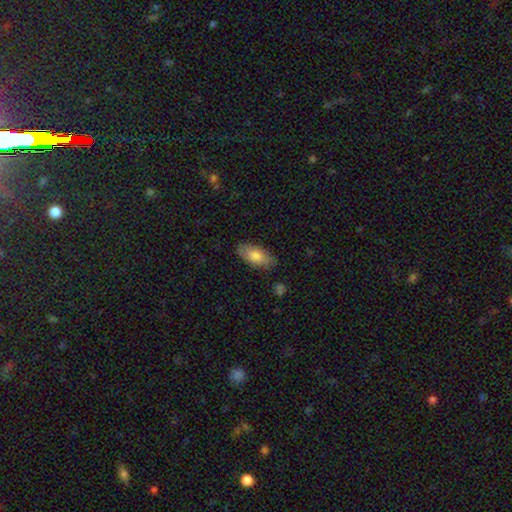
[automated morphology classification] Q: Smooth or featured?
A: smooth (78%); runner-up: featured or disk (16%)
Q: How rounded?
A: in between (91%); runner-up: cigar-shaped (7%)
Q: Merging?
A: none (81%); runner-up: minor disturbance (15%)